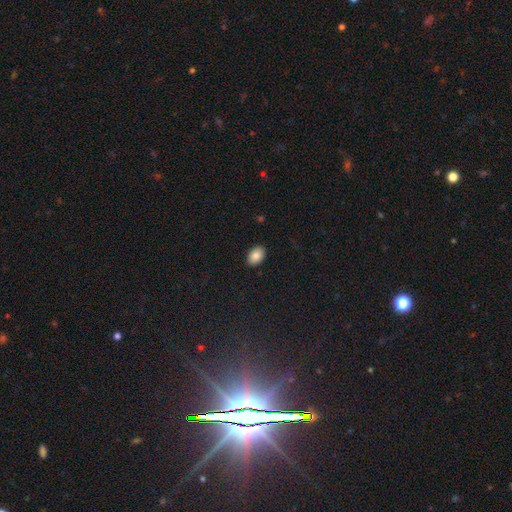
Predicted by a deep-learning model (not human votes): A smooth galaxy with no disk features (86%) that is in between round and cigar-shaped (84%). Merging: none (90%).